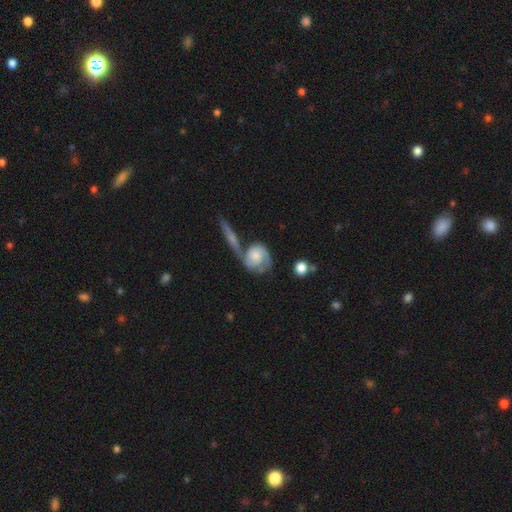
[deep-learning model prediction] Morphology: type=featured or disk (75%); edge-on=no (95%); bar=no (70%); spiral arms=yes (93%); winding=medium (44%); arm count=2 (79%); bulge=moderate (43%); merging=none (42%).